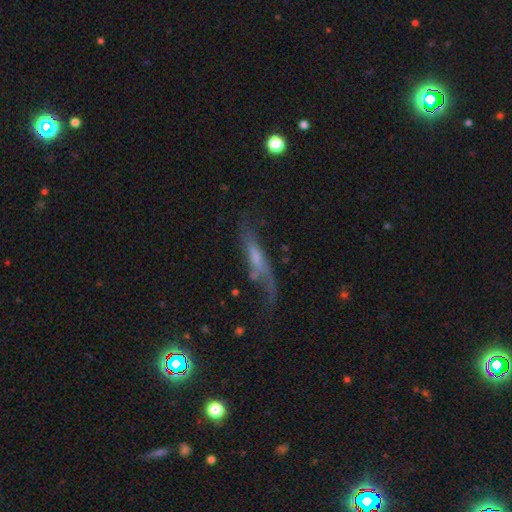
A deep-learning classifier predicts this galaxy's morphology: featured or disk 62%, smooth 24%, star or artifact 14%. Down the decision tree: edge-on disk — no (55%); merging — none (46%).